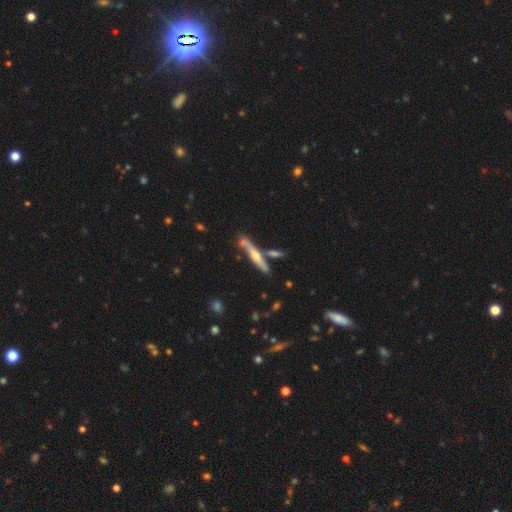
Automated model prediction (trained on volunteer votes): featured or disk 66%, smooth 28%, star or artifact 6%. Down the decision tree: edge-on disk — yes (93%); edge-on bulge — rounded (90%); merging — none (73%).